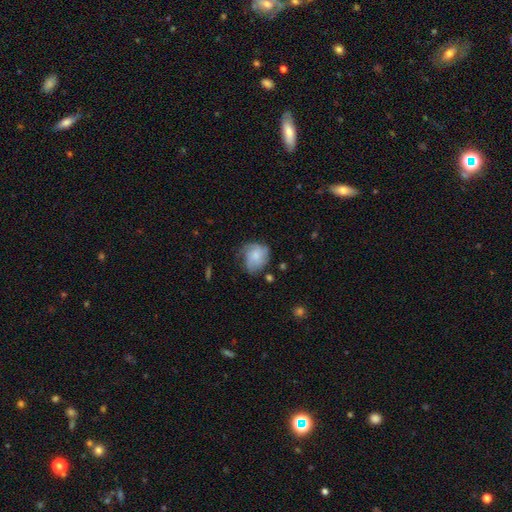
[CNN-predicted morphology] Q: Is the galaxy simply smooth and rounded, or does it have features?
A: smooth — 62%.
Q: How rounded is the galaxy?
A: round — 64%.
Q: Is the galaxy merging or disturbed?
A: none — 52%.